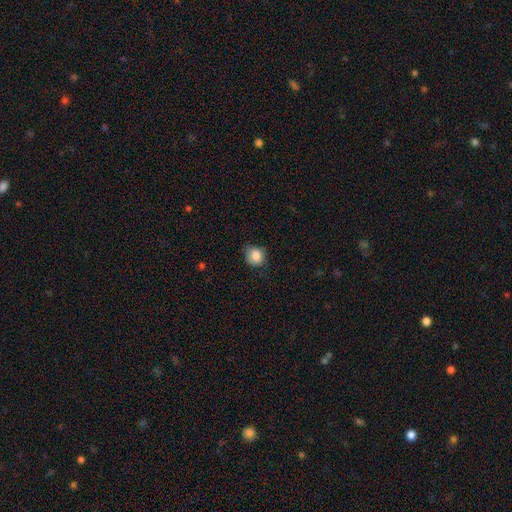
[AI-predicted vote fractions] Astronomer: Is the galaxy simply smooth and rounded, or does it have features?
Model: smooth — 85%.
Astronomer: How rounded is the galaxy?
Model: round — 71%.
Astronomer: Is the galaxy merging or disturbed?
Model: none — 66%.